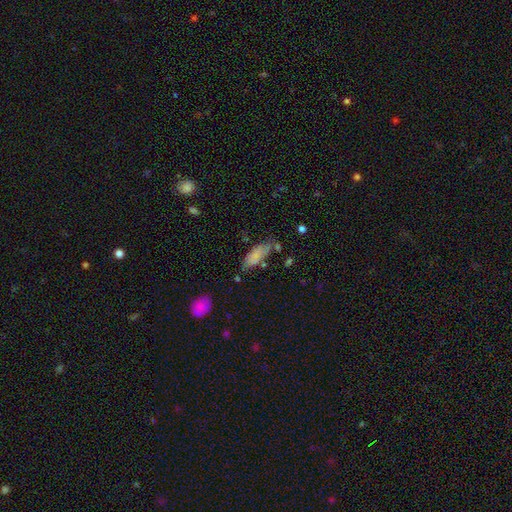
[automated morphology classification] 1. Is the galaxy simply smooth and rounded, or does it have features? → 77% smooth, 16% featured or disk, 7% star or artifact.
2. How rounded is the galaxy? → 73% in between, 25% cigar-shaped, 2% round.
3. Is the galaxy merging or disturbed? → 59% none, 26% minor disturbance, 8% merger, 7% major disturbance.